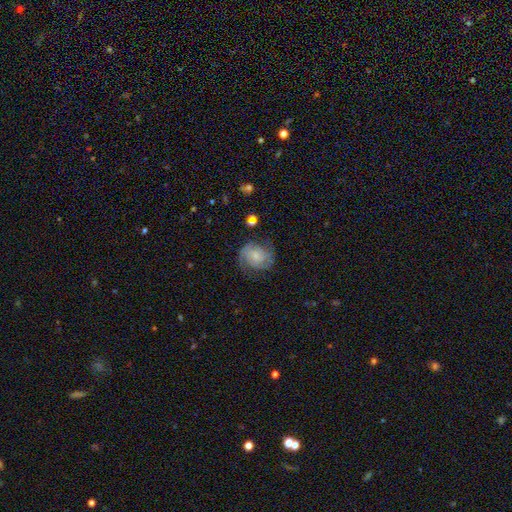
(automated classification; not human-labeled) This appears to be a featured or disk galaxy (66%) with no bar (65%), 2 (58%) tight (48%) spiral arms (91%) and a small central bulge (46%). Merging: none (67%).